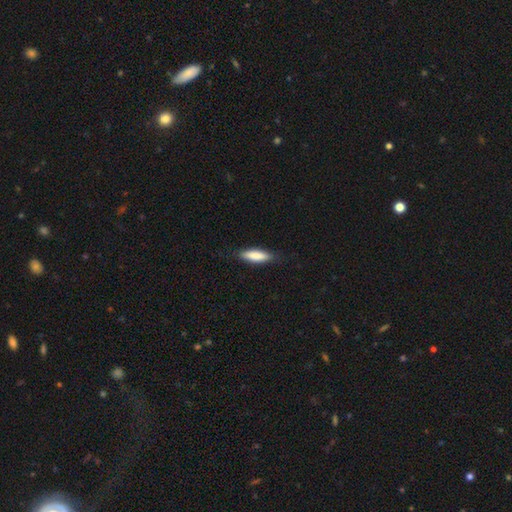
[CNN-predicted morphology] smooth_or_featured: smooth (p=0.84) [alt: featured or disk p=0.11]
how_rounded: cigar-shaped (p=0.57) [alt: in between p=0.41]
merging: none (p=0.83) [alt: minor disturbance p=0.13]